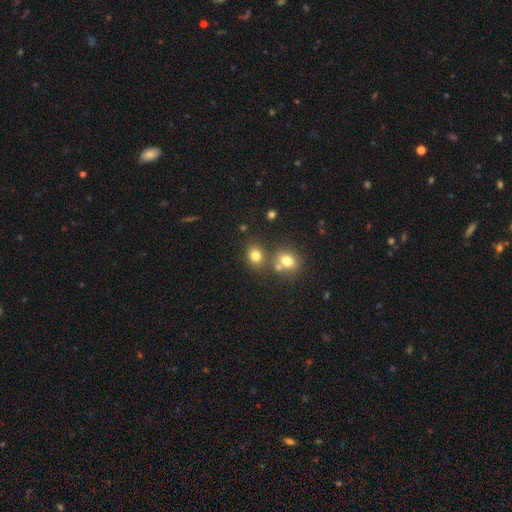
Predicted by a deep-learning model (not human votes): Smooth or featured? Predicted: smooth (p=0.78). How rounded? Predicted: round (p=0.64). Merging? Predicted: none (p=0.65).